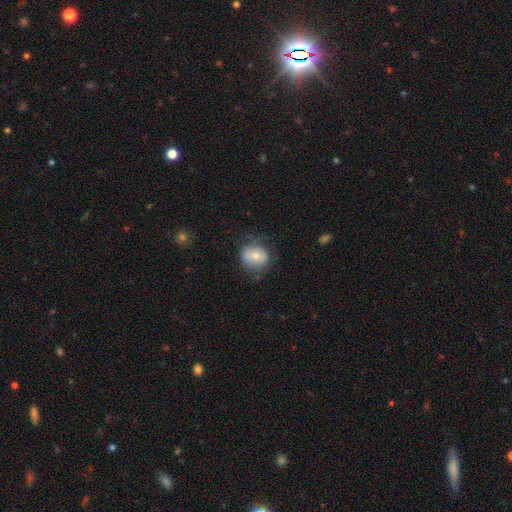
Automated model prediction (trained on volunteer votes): Smooth or featured?
  - smooth: 68% *
  - featured or disk: 23%
  - star or artifact: 9%
How rounded?
  - round: 69% *
  - in between: 30%
  - cigar-shaped: 1%
Merging?
  - none: 66% *
  - minor disturbance: 23%
  - major disturbance: 10%
  - merger: 2%